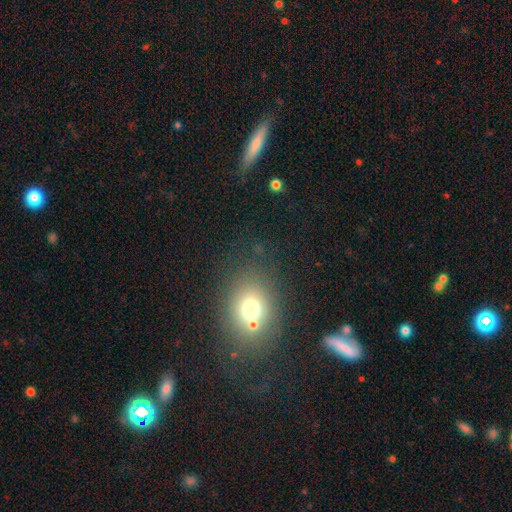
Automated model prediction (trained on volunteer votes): This appears to be a smooth galaxy with no disk features (61%) that is in between round and cigar-shaped (50%). Merging: none (74%).